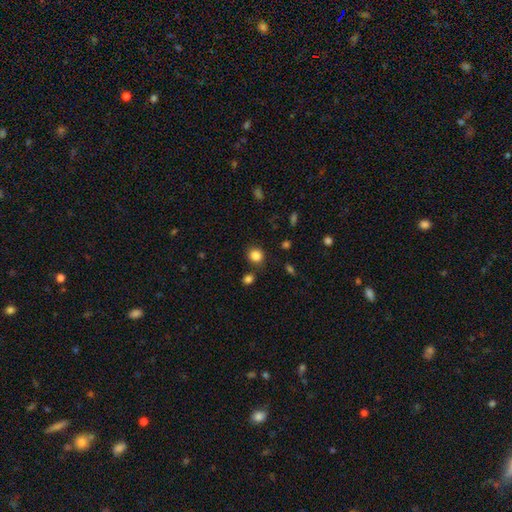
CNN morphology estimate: Q: Smooth or featured?
A: smooth (85%); runner-up: star or artifact (11%)
Q: How rounded?
A: round (79%); runner-up: in between (20%)
Q: Merging?
A: none (82%); runner-up: minor disturbance (9%)